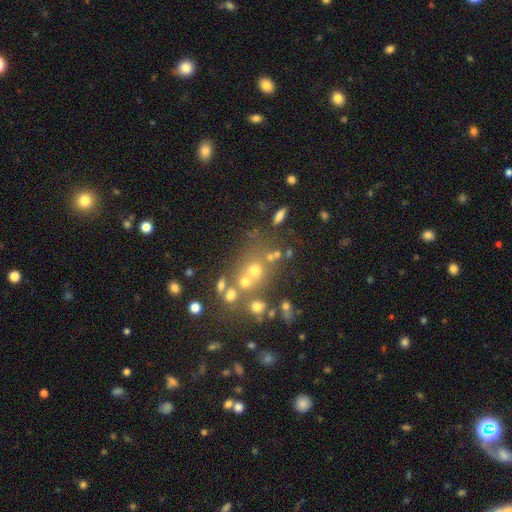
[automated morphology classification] Q: Smooth or featured?
A: smooth (39%); tied with: star or artifact (39%)
Q: Merging?
A: none (53%); runner-up: merger (28%)